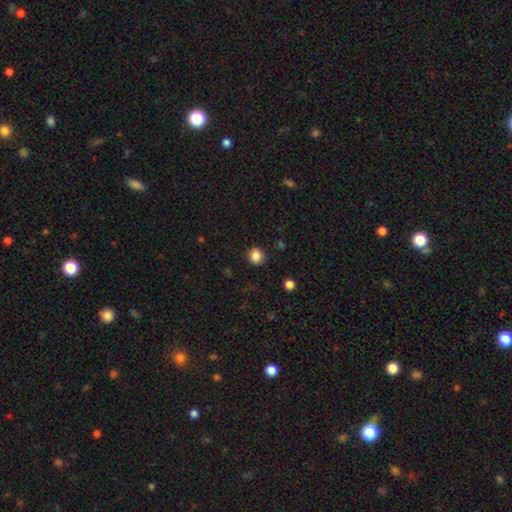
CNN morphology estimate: Q: Smooth or featured?
A: smooth (85%); runner-up: star or artifact (11%)
Q: How rounded?
A: round (85%); runner-up: in between (14%)
Q: Merging?
A: none (90%); runner-up: minor disturbance (7%)